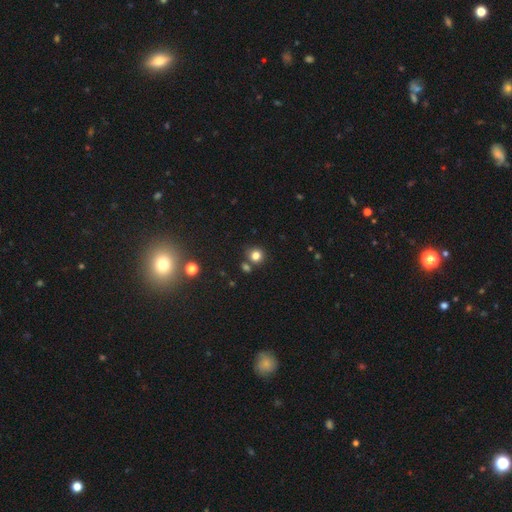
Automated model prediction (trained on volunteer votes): smooth_or_featured: smooth (p=0.79) [alt: star or artifact p=0.15]
how_rounded: round (p=0.89) [alt: in between p=0.10]
merging: none (p=0.74) [alt: merger p=0.14]